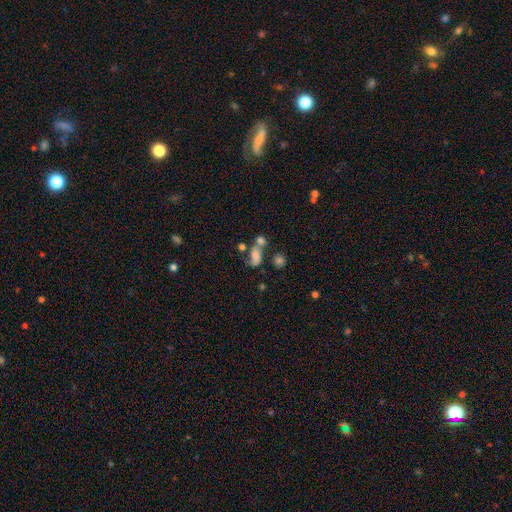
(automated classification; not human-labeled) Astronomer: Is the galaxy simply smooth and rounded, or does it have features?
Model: smooth — 62%.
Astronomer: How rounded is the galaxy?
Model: in between — 78%.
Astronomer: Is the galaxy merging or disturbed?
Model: merger — 43% (runner-up: none, 26%).